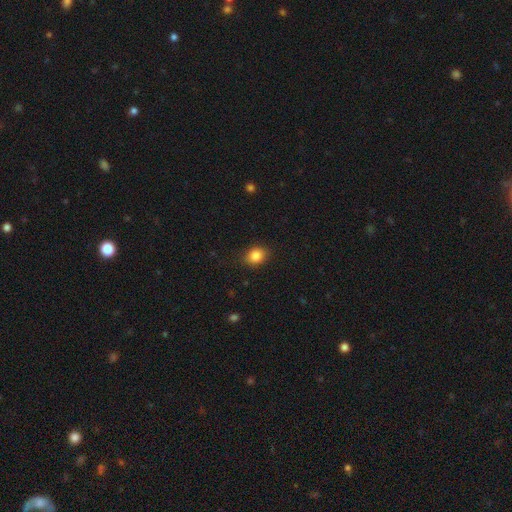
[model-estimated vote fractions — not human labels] Overall: smooth (85%). How rounded: round (55%; in between 44%). Merging: none (85%).